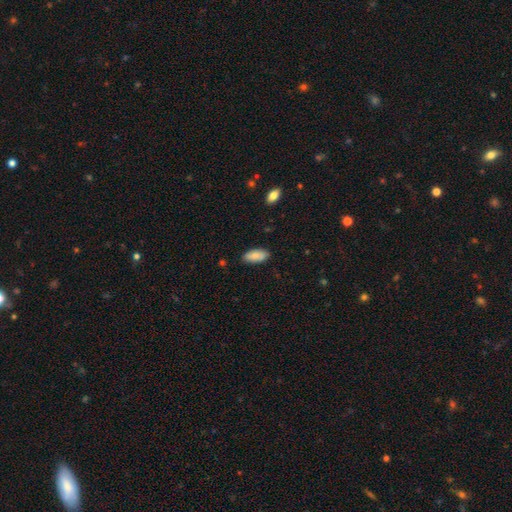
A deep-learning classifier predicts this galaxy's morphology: Overall: smooth (86%). How rounded: in between (92%). Merging: none (86%).